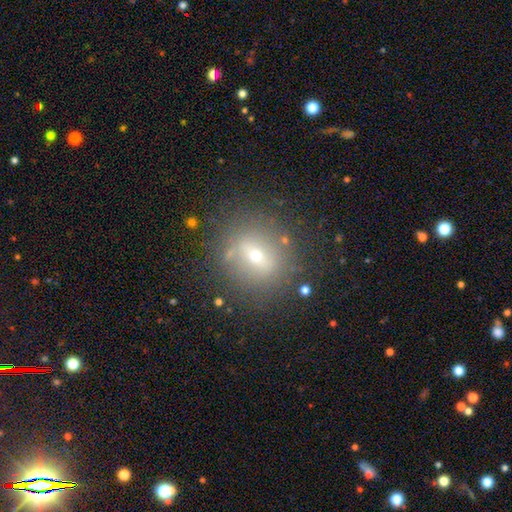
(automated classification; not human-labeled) A smooth galaxy with no disk features (42%).

Vote fractions:
- Smooth or featured? smooth: 42% / featured or disk: 40% / star or artifact: 18%
- Merging? none: 79% / minor disturbance: 13% / major disturbance: 6% / merger: 3%